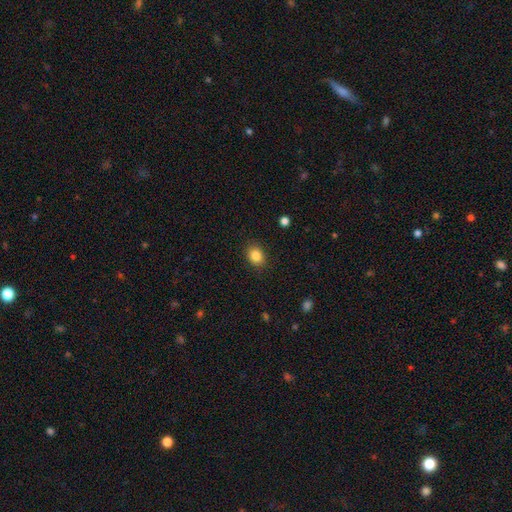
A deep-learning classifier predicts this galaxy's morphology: This is clearly a smooth galaxy (85%). How rounded: possibly in between (52%). Merging: clearly none (87%).